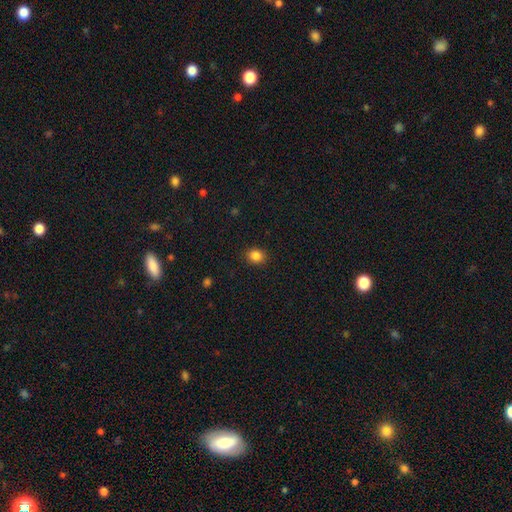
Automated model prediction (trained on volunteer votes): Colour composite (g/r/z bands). It shows a smooth galaxy with no disk features (85%) that is round (64%). Merging: none (90%).